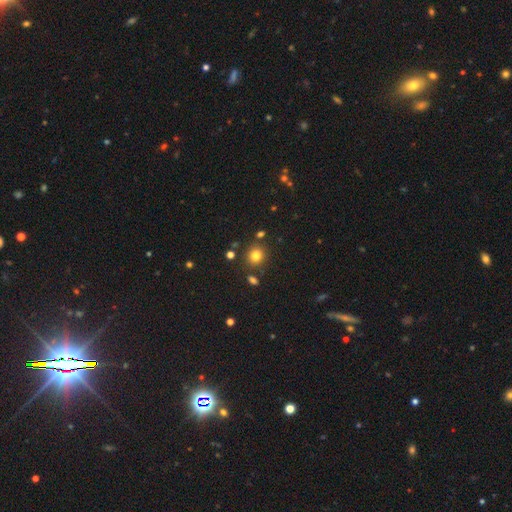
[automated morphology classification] This appears to be a smooth galaxy with no disk features (79%) that is round (84%). Merging: none (82%).